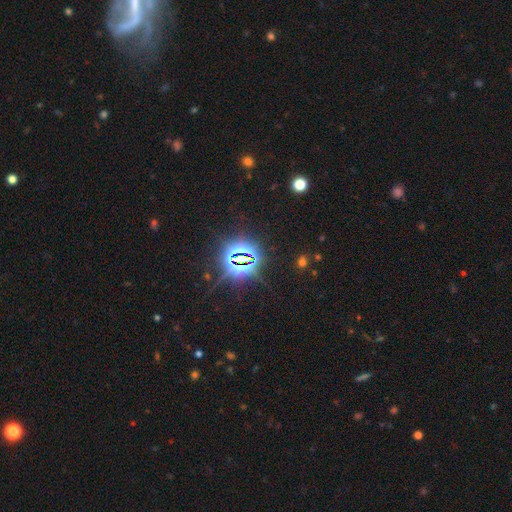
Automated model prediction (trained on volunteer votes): This appears to be a star or artifact, not a galaxy (73%).